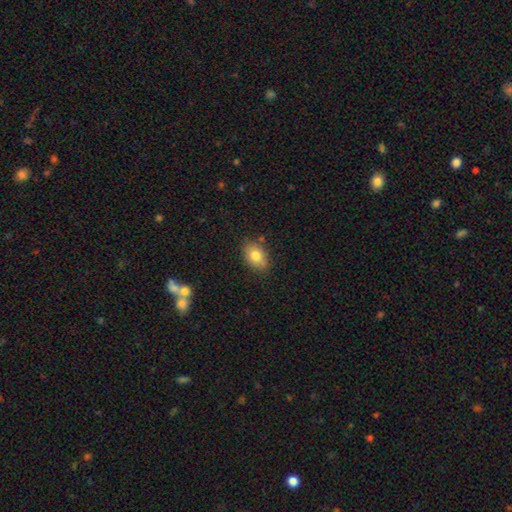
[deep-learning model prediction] smooth_or_featured: smooth (p=0.80) [alt: featured or disk p=0.12]
how_rounded: in between (p=0.80) [alt: round p=0.19]
merging: none (p=0.81) [alt: minor disturbance p=0.14]